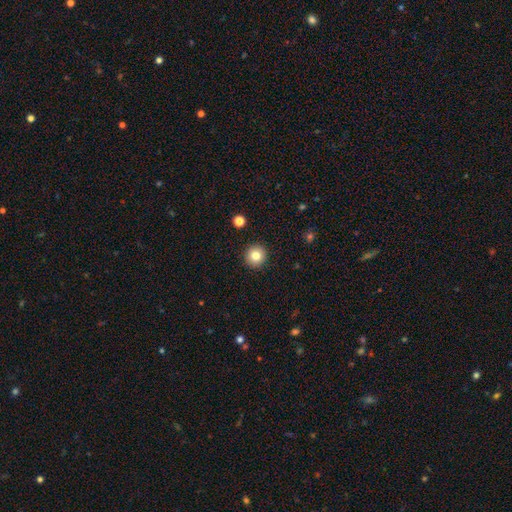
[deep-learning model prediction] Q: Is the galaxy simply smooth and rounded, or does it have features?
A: smooth — 81%.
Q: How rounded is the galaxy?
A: round — 95%.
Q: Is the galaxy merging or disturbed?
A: none — 93%.